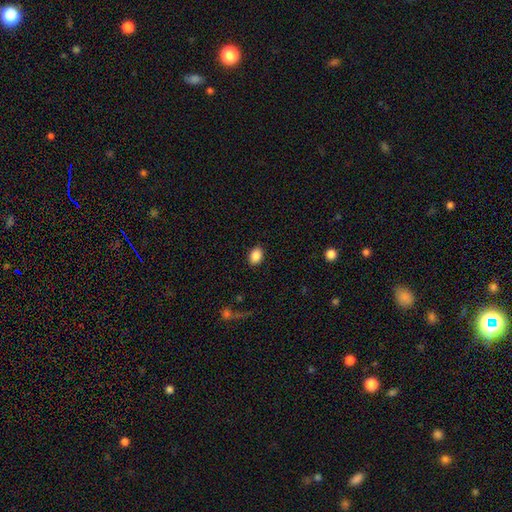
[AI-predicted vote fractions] Smooth or featured?
  - smooth: 87% *
  - star or artifact: 8%
  - featured or disk: 4%
How rounded?
  - in between: 74% *
  - round: 25%
  - cigar-shaped: 1%
Merging?
  - none: 89% *
  - minor disturbance: 8%
  - major disturbance: 2%
  - merger: 1%